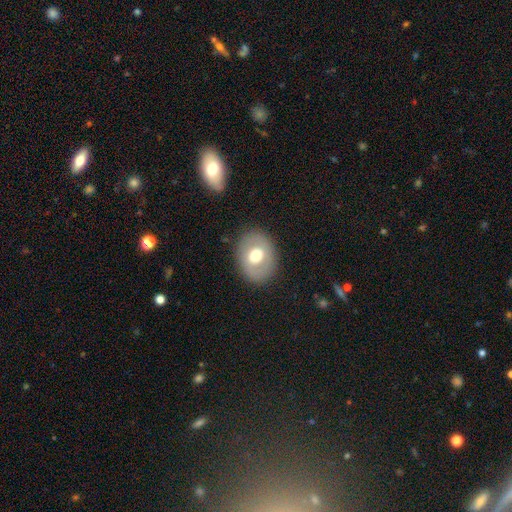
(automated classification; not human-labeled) Overall: smooth (59%; featured or disk 34%). How rounded: in between (57%; round 42%). Merging: none (84%).